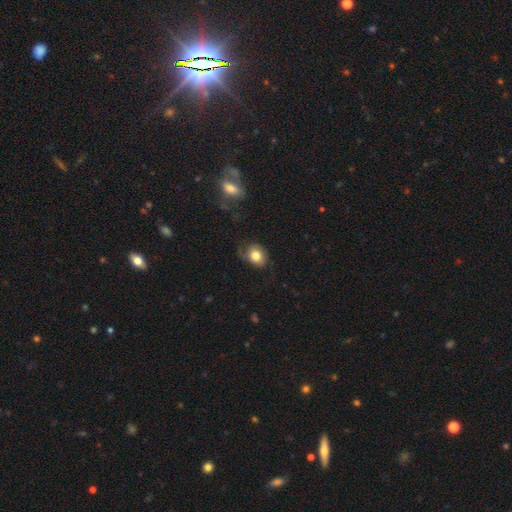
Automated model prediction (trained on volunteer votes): Overall: smooth (78%). How rounded: round (52%; in between 47%). Merging: none (59%; minor disturbance 26%).